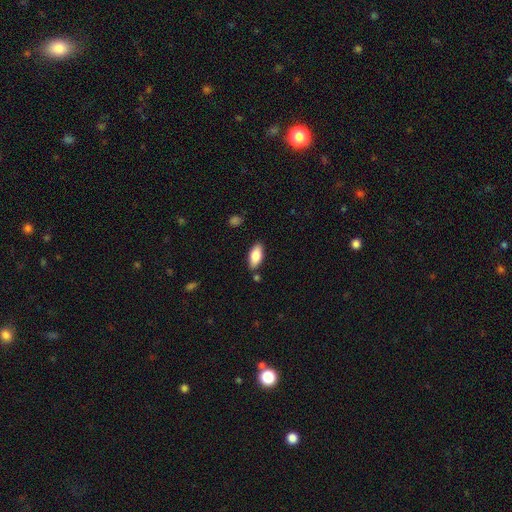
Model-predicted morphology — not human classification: This is clearly a smooth galaxy (82%). How rounded: clearly in between (86%). Merging: clearly none (83%).